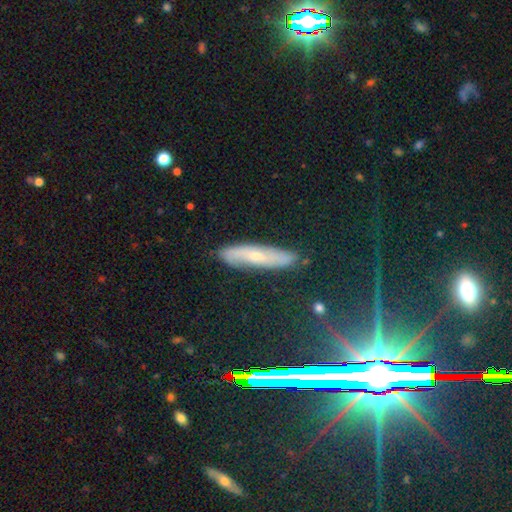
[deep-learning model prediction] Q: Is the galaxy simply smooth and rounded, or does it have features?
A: featured or disk — 49%.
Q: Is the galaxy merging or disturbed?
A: none — 84%.